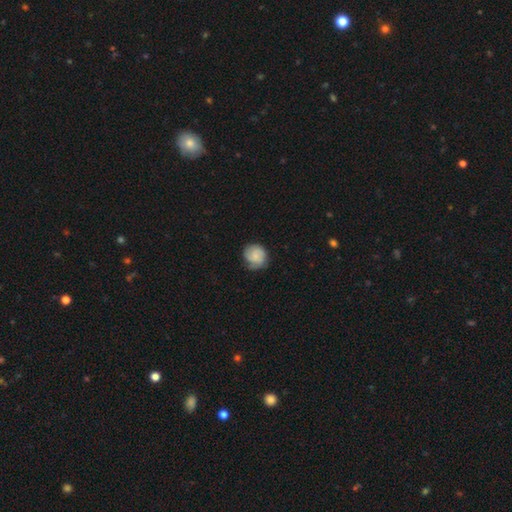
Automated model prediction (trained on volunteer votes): smooth_or_featured: smooth (p=0.62) [alt: featured or disk p=0.31]
how_rounded: round (p=0.83) [alt: in between p=0.16]
merging: none (p=0.69) [alt: minor disturbance p=0.24]